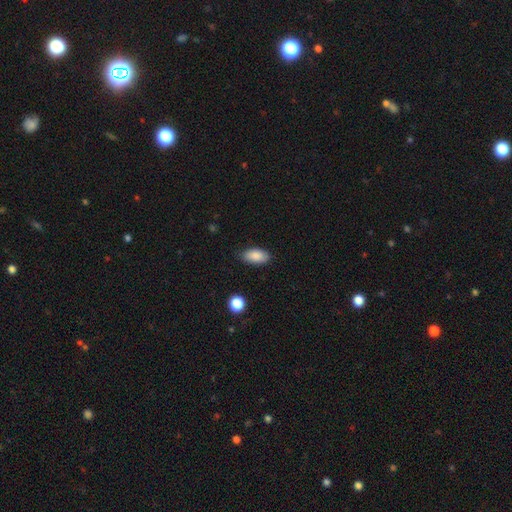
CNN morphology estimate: Overall: smooth (87%). How rounded: in between (92%). Merging: none (82%).